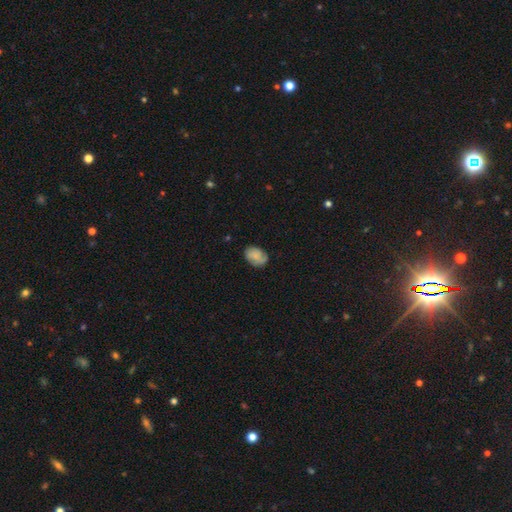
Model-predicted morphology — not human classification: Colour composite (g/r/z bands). It shows a smooth galaxy with no disk features (67%) that is in between round and cigar-shaped (77%). Merging: none (71%).